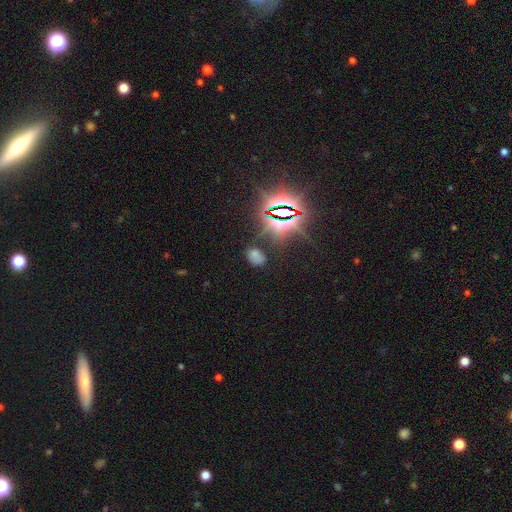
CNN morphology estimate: A smooth galaxy with no disk features (52%) that is in between round and cigar-shaped (79%). Merging: none (69%).